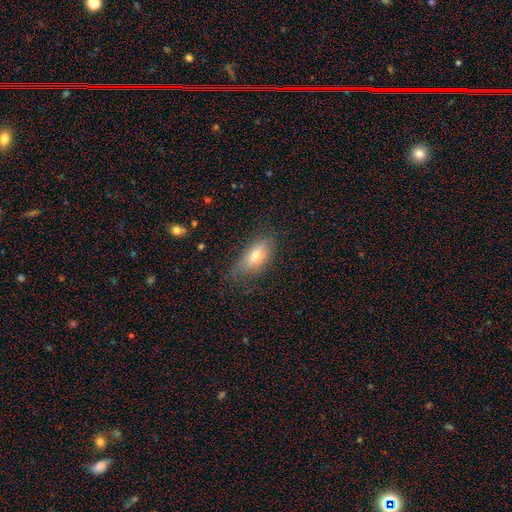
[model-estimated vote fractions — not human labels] Smooth or featured? Predicted: smooth (p=0.67). How rounded? Predicted: in between (p=0.79). Merging? Predicted: none (p=0.71).